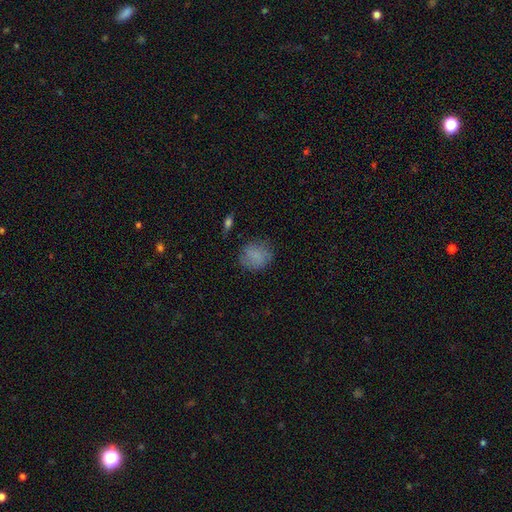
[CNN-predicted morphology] The model was most divided on "how rounded": round: 72%, in between: 27%, cigar-shaped: 1%. More confident: smooth or featured — smooth (78%); merging — none (71%).